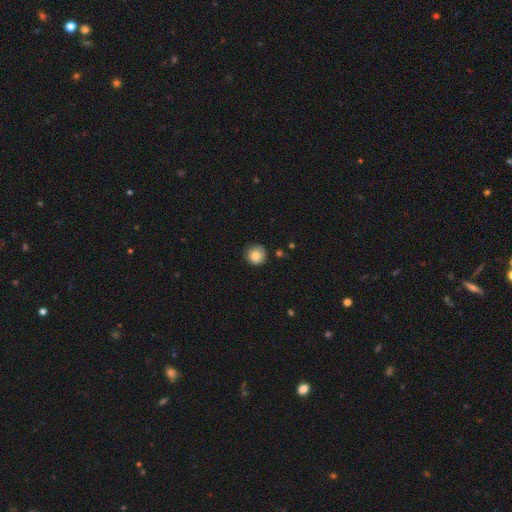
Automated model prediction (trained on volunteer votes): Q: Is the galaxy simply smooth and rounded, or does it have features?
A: smooth — 82%.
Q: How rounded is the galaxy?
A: round — 93%.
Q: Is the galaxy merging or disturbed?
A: none — 79%.